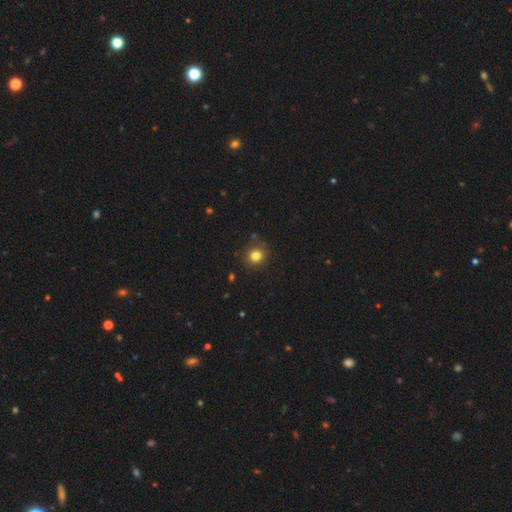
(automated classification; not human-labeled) Smooth or featured?
  - smooth: 81% *
  - star or artifact: 13%
  - featured or disk: 6%
How rounded?
  - round: 87% *
  - in between: 12%
  - cigar-shaped: 1%
Merging?
  - none: 86% *
  - minor disturbance: 10%
  - major disturbance: 3%
  - merger: 2%